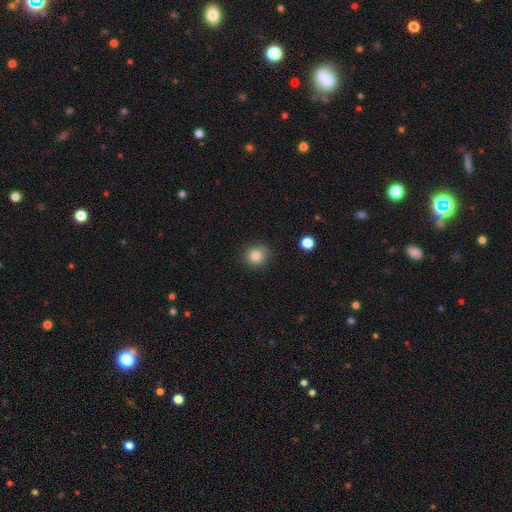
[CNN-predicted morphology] smooth-or-featured: smooth: 83% | star or artifact: 11% | featured or disk: 6%
  how-rounded: round: 88% | in between: 11% | cigar-shaped: 1%
  merging: none: 86% | minor disturbance: 10% | major disturbance: 2% | merger: 2%